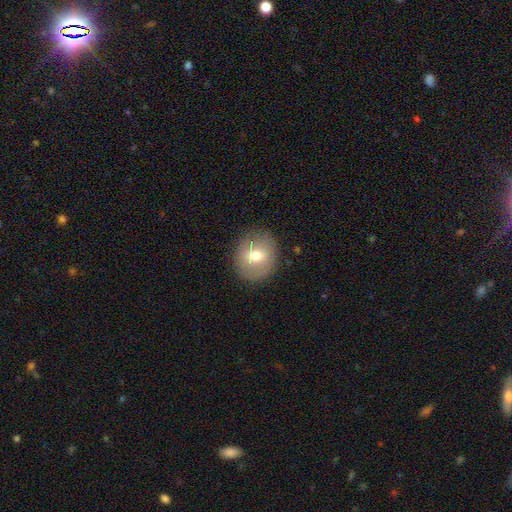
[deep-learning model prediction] smooth_or_featured: smooth (p=0.63) [alt: featured or disk p=0.29]
how_rounded: round (p=0.79) [alt: in between p=0.20]
merging: none (p=0.84) [alt: minor disturbance p=0.11]